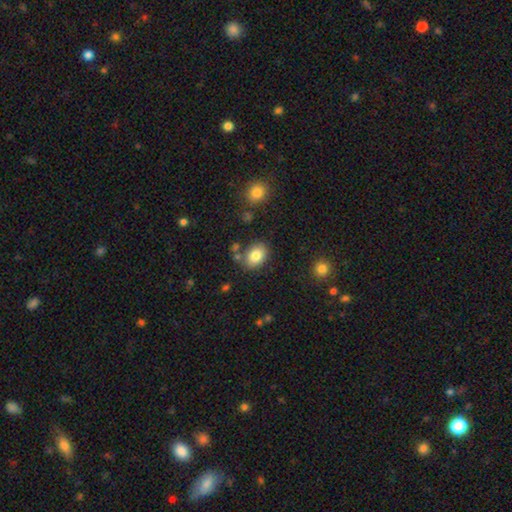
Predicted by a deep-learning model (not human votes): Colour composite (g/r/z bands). It shows a smooth galaxy with no disk features (83%) that is in between round and cigar-shaped (71%). Merging: none (78%).